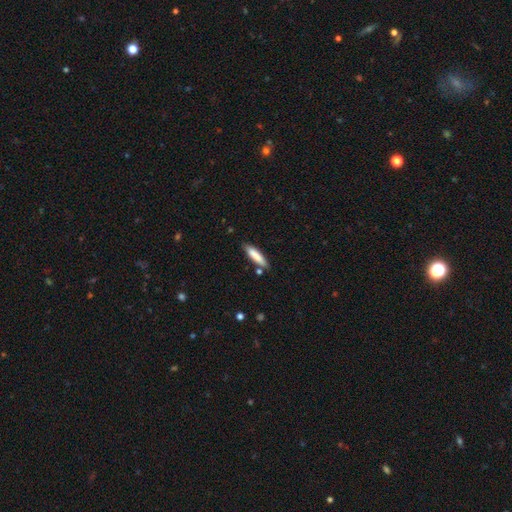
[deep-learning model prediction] Smooth or featured? smooth (82%)
How rounded? cigar-shaped (76%)
Merging? none (81%)